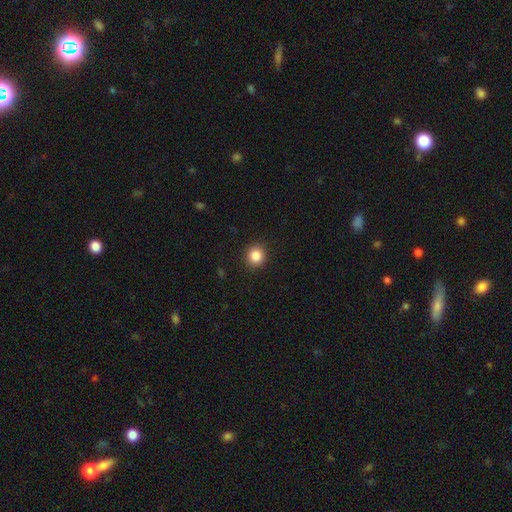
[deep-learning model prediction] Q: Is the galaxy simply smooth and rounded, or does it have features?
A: smooth — 86%.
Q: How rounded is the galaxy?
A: round — 88%.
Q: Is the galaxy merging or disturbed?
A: none — 91%.